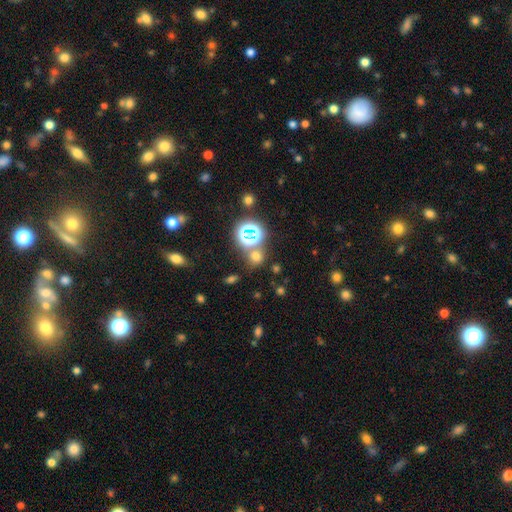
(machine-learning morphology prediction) A smooth galaxy with no disk features (56%) that is round (79%).

Vote fractions:
- Smooth or featured? smooth: 56% / star or artifact: 37% / featured or disk: 7%
- How rounded? round: 79% / in between: 20% / cigar-shaped: 1%
- Merging? none: 73% / merger: 14% / minor disturbance: 9% / major disturbance: 4%